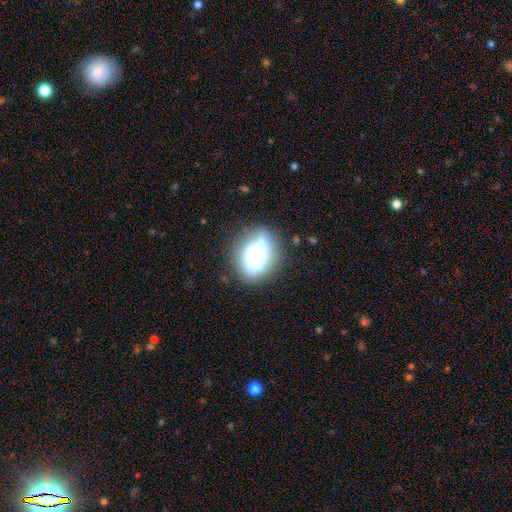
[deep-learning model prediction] Smooth or featured?
  - smooth: 61% *
  - featured or disk: 28%
  - star or artifact: 11%
How rounded?
  - in between: 54% *
  - round: 45%
  - cigar-shaped: 2%
Merging?
  - none: 63% *
  - minor disturbance: 21%
  - major disturbance: 9%
  - merger: 7%